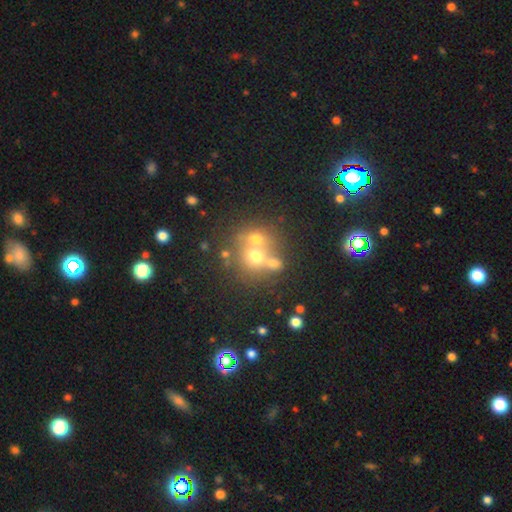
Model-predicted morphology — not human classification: A smooth galaxy with no disk features (60%) that is round (80%).

Vote fractions:
- Smooth or featured? smooth: 60% / featured or disk: 22% / star or artifact: 18%
- How rounded? round: 80% / in between: 19% / cigar-shaped: 1%
- Merging? merger: 47% / none: 41% / minor disturbance: 8% / major disturbance: 4%